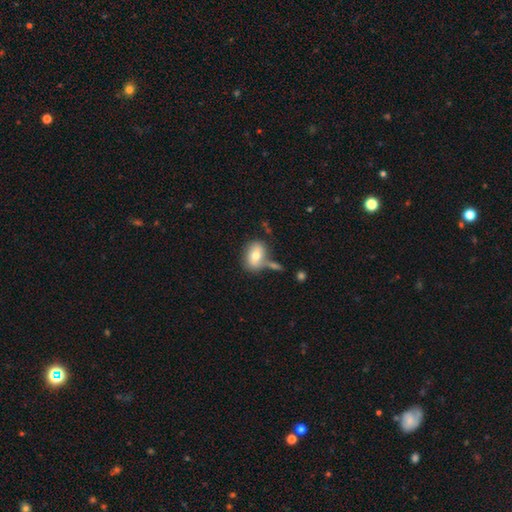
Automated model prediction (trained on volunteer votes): Smooth or featured? smooth (72%)
How rounded? in between (75%)
Merging? none (55%)